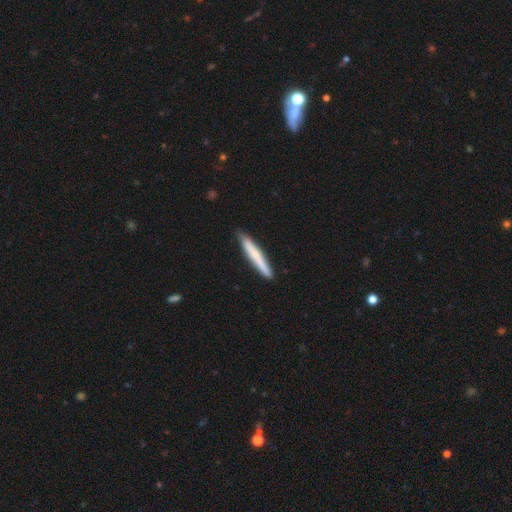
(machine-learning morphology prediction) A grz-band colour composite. It shows a smooth galaxy with no disk features (65%) that is cigar-shaped (96%). Merging: none (87%).